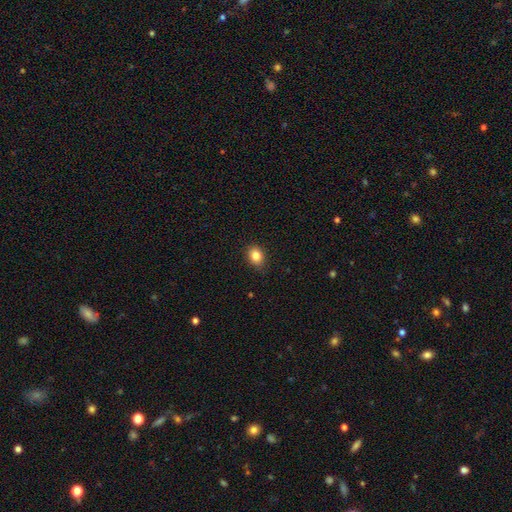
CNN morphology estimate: smooth-or-featured: smooth: 84% | star or artifact: 10% | featured or disk: 6%
  how-rounded: in between: 57% | round: 42% | cigar-shaped: 1%
  merging: none: 87% | minor disturbance: 10% | major disturbance: 2% | merger: 1%